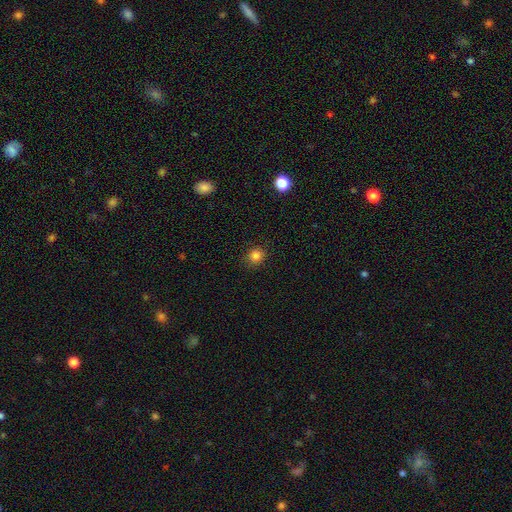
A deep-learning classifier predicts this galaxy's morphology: This appears to be a smooth galaxy with no disk features (83%) that is round (86%). Merging: none (89%).